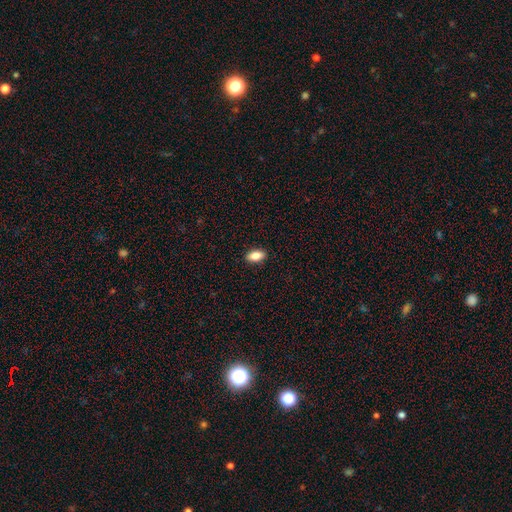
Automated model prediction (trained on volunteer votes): Morphology: type=smooth (85%); roundness=in between (91%); merging=none (90%).